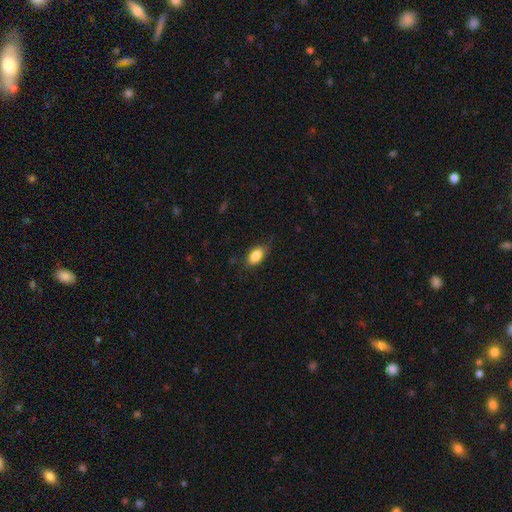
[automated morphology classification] Q: Smooth or featured?
A: smooth (84%); runner-up: featured or disk (9%)
Q: How rounded?
A: in between (88%); runner-up: round (7%)
Q: Merging?
A: none (77%); runner-up: minor disturbance (19%)